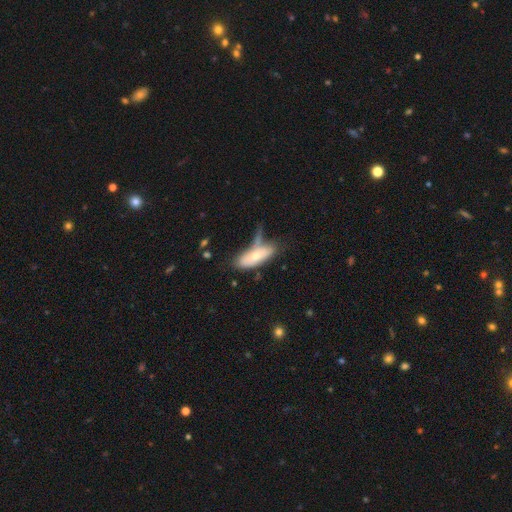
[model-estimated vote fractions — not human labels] Smooth or featured: smooth — 62% (featured or disk — 32%)
How rounded: in between — 75% (cigar-shaped — 23%)
Merging: none — 35% (minor disturbance — 27%)